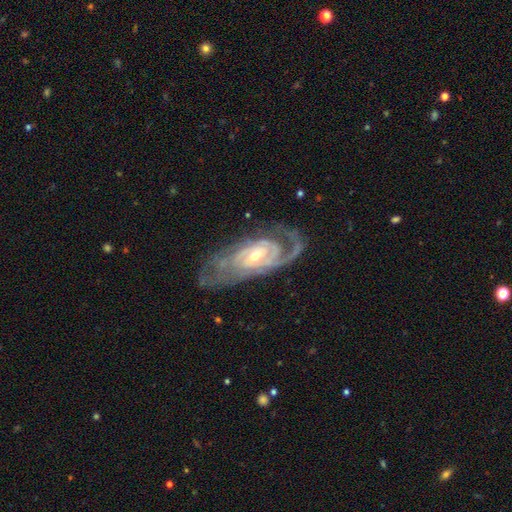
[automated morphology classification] type=featured or disk (90%); edge-on=no (93%); bar=no (45%); spiral arms=yes (96%); winding=tight (60%); arm count=2 (43%); bulge=moderate (50%); merging=none (63%).